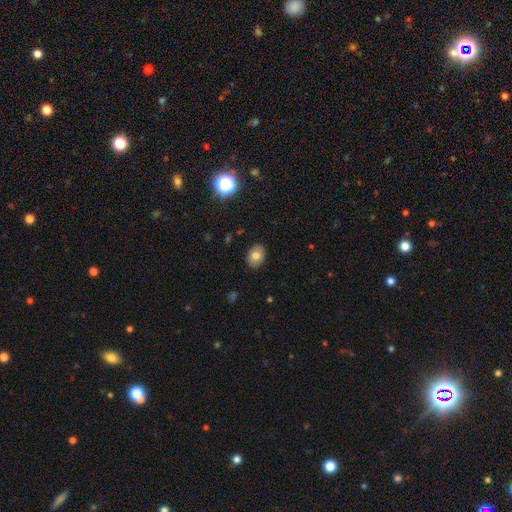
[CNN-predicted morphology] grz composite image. It shows a smooth galaxy with no disk features (79%) that is in between round and cigar-shaped (66%). Merging: none (88%).